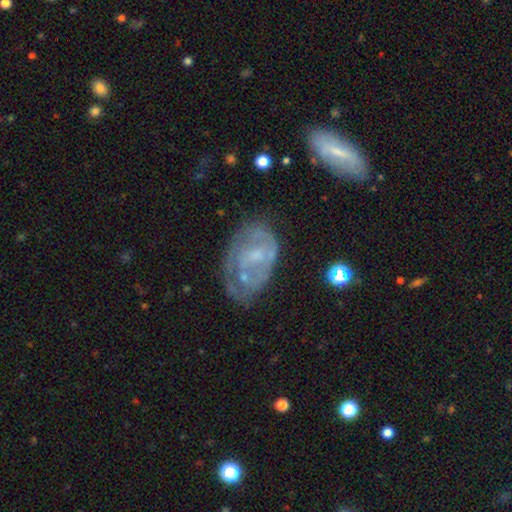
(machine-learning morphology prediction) Smooth or featured? featured or disk (64%)
Edge-on disk? no (95%)
Bar? no (65%)
Spiral arms? yes (53%)
Bulge size? small (56%)
Merging? none (51%)